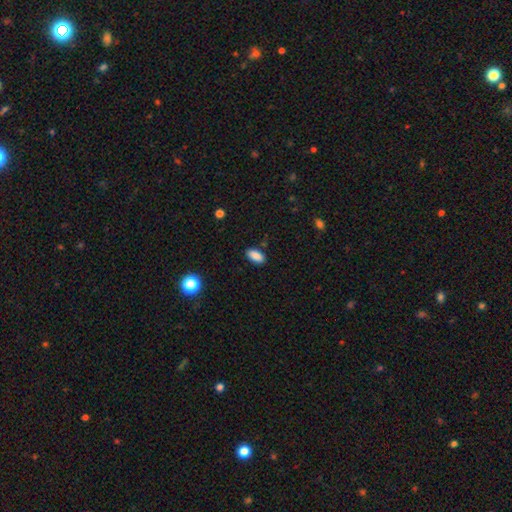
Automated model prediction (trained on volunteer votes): A smooth galaxy with no disk features (88%) that is in between round and cigar-shaped (91%). Merging: none (88%).